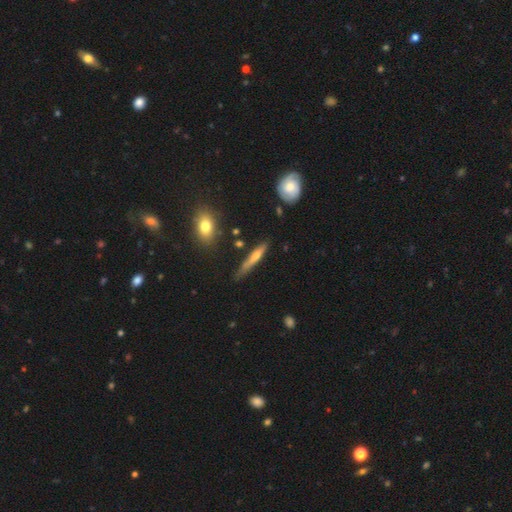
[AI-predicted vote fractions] Smooth or featured? Predicted: smooth (p=0.48). Merging? Predicted: none (p=0.66).